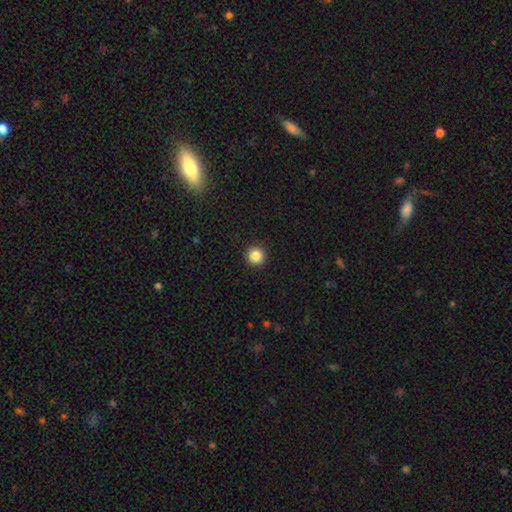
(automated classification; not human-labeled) Overall: smooth (85%). How rounded: round (95%). Merging: none (93%).